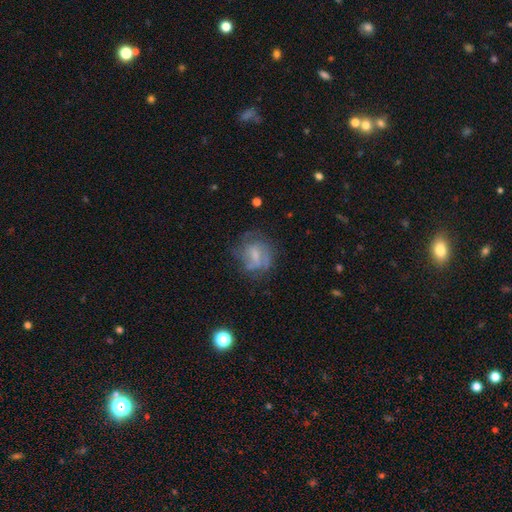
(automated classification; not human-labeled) This appears to be a featured or disk galaxy (56%) with a weak bar (48%), spiral arms (66%) and a small central bulge (37%). Merging: none (56%).